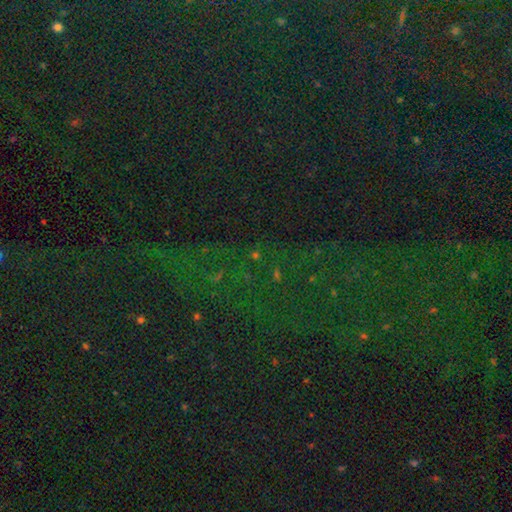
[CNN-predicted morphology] Overall: star or artifact (73%).